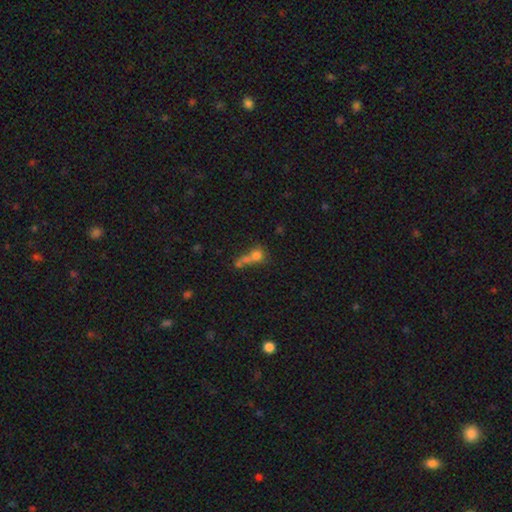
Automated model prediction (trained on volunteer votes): Q: Smooth or featured?
A: smooth (49%); runner-up: star or artifact (29%)
Q: Merging?
A: none (41%); runner-up: merger (37%)